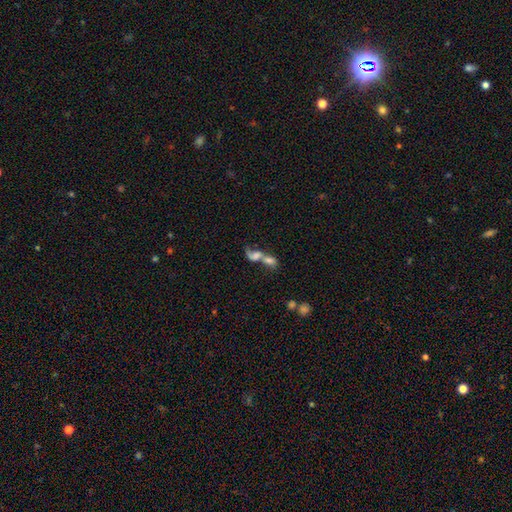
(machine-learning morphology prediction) Smooth or featured? smooth (51%)
How rounded? in between (69%)
Merging? merger (77%)